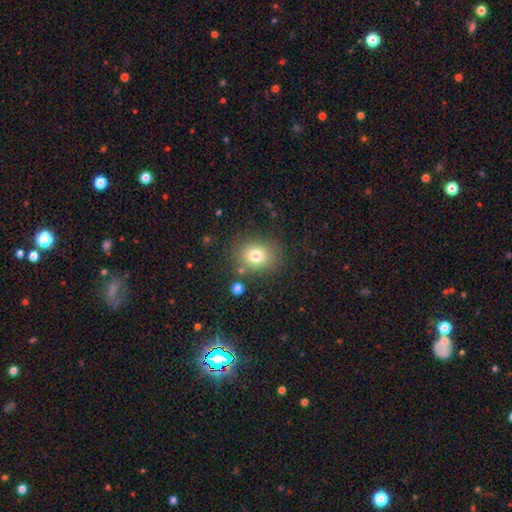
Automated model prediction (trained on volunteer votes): smooth-or-featured: smooth: 76% | star or artifact: 13% | featured or disk: 10%
  how-rounded: round: 64% | in between: 35% | cigar-shaped: 1%
  merging: none: 80% | minor disturbance: 11% | major disturbance: 5% | merger: 4%